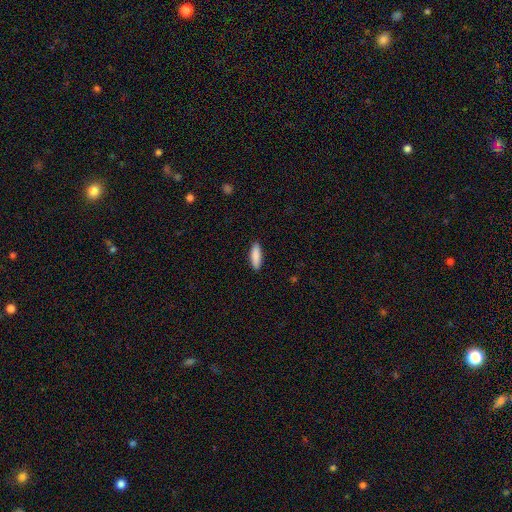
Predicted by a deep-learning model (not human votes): Morphology: type=smooth (88%); roundness=cigar-shaped (50%); merging=none (90%).